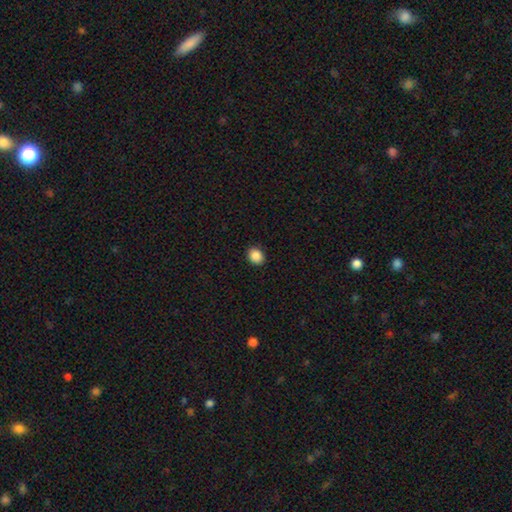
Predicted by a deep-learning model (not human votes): Smooth or featured? Predicted: smooth (p=0.88). How rounded? Predicted: round (p=0.57). Merging? Predicted: none (p=0.90).